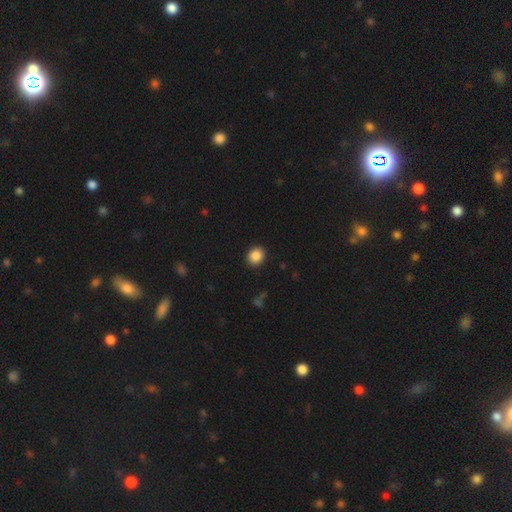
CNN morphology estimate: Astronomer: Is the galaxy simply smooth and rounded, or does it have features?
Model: smooth — 87%.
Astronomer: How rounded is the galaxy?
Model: round — 74%.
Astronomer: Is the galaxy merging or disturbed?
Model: none — 91%.